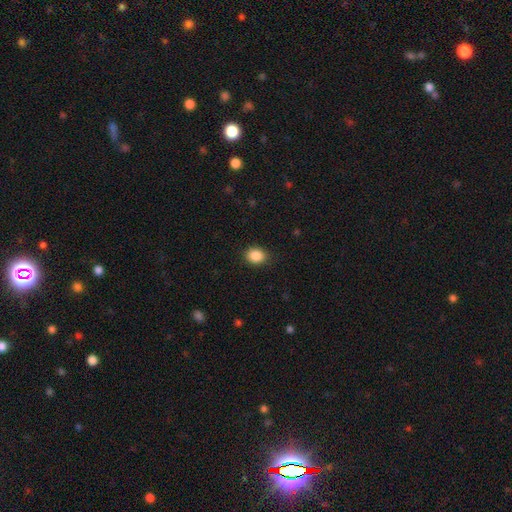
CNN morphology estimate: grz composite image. It shows a smooth galaxy with no disk features (88%) that is round (57%). Merging: none (86%).